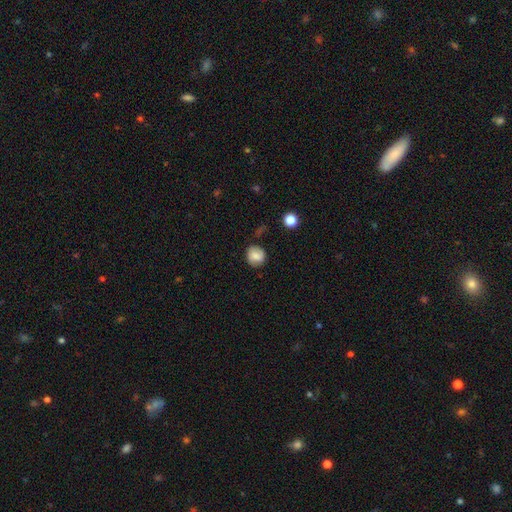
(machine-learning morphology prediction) Smooth or featured? smooth (73%)
How rounded? round (82%)
Merging? none (79%)